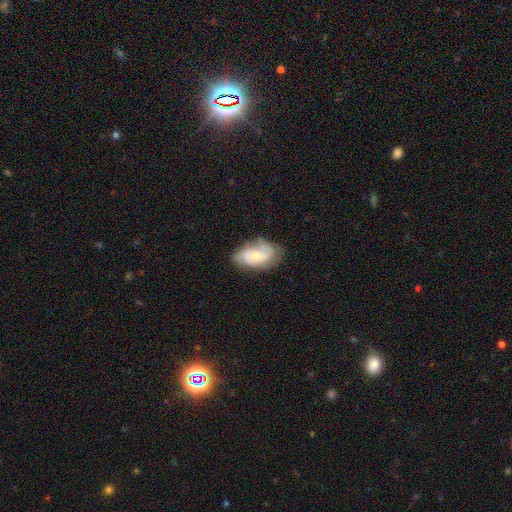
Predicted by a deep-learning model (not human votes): smooth_or_featured: featured or disk (p=0.57) [alt: smooth p=0.36]
disk_edge_on: no (p=0.96) [alt: yes p=0.04]
bar: no (p=0.65) [alt: weak p=0.29]
has_spiral_arms: yes (p=0.80) [alt: no p=0.20]
bulge_size: small (p=0.53) [alt: moderate p=0.40]
merging: none (p=0.59) [alt: minor disturbance p=0.28]